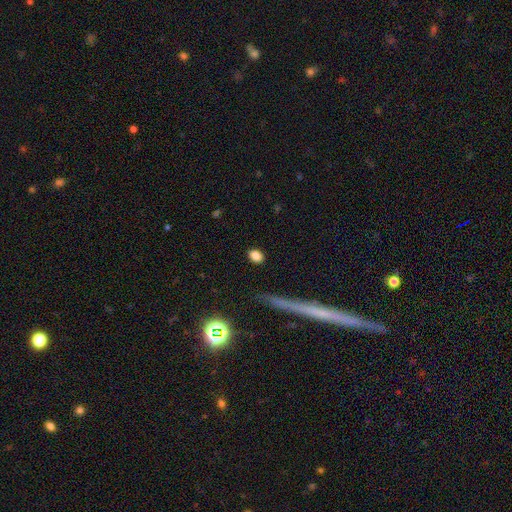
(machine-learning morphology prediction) Smooth or featured: smooth — 84% (star or artifact — 10%)
How rounded: in between — 71% (round — 26%)
Merging: none — 88% (minor disturbance — 8%)